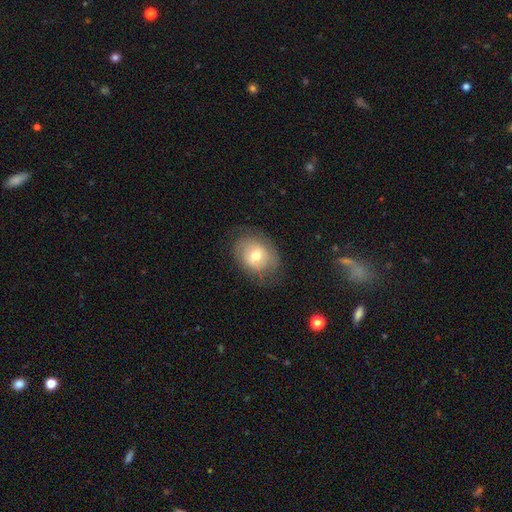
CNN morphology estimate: Smooth or featured?
  - smooth: 58% *
  - featured or disk: 34%
  - star or artifact: 9%
How rounded?
  - in between: 56% *
  - round: 43%
  - cigar-shaped: 1%
Merging?
  - none: 70% *
  - minor disturbance: 20%
  - major disturbance: 9%
  - merger: 1%